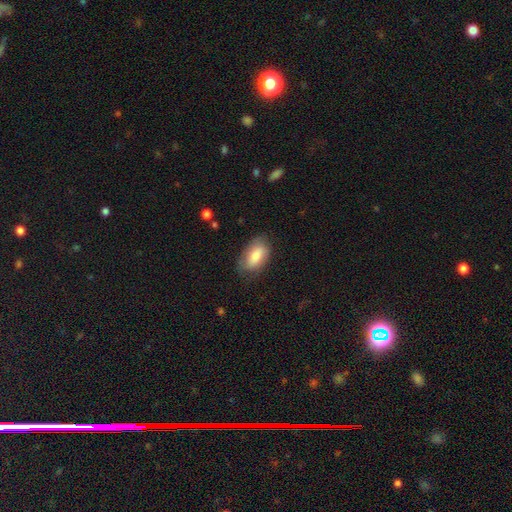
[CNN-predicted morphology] The model was most divided on "merging": none: 74%, minor disturbance: 19%, major disturbance: 5%, merger: 1%. More confident: how rounded — in between (93%); smooth or featured — smooth (79%).